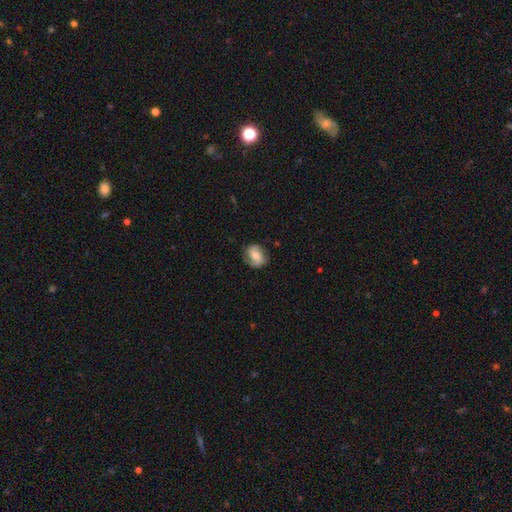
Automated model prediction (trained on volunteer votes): Smooth or featured?
  - featured or disk: 48% *
  - smooth: 45%
  - star or artifact: 8%
Merging?
  - none: 76% *
  - minor disturbance: 18%
  - major disturbance: 5%
  - merger: 1%